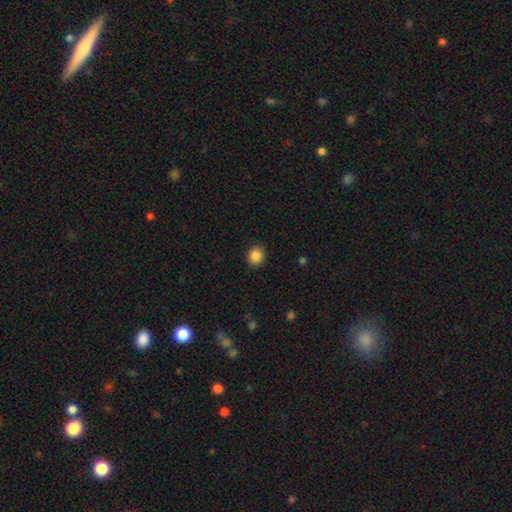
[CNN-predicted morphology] smooth 87%, star or artifact 9%, featured or disk 3%. Down the decision tree: how rounded — round (76%); merging — none (90%).